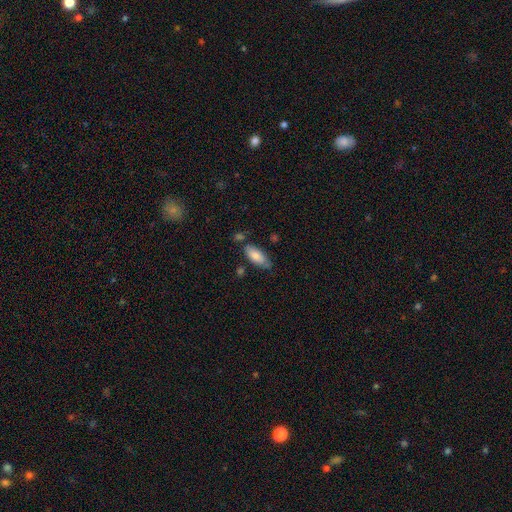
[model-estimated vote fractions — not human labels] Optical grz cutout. It shows a smooth galaxy with no disk features (79%) that is in between round and cigar-shaped (81%). Merging: none (65%).